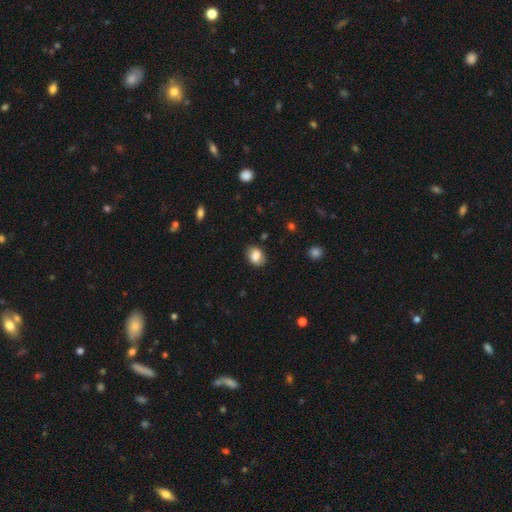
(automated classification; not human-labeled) A smooth galaxy with no disk features (78%) that is in between round and cigar-shaped (69%). Merging: none (80%).